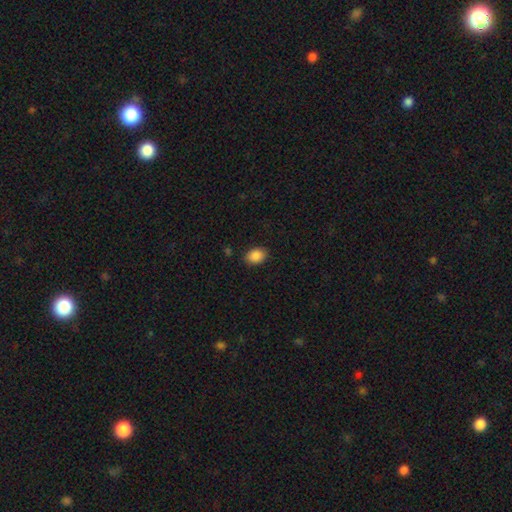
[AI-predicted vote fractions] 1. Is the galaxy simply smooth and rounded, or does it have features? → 88% smooth, 8% star or artifact, 4% featured or disk.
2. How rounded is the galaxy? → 76% in between, 23% round, 1% cigar-shaped.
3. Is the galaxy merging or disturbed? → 86% none, 10% minor disturbance, 2% major disturbance, 1% merger.